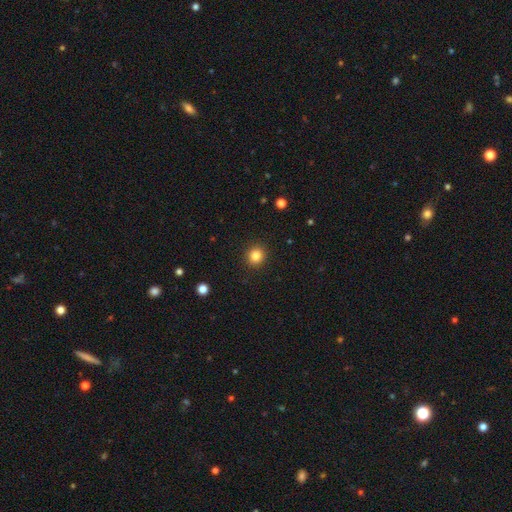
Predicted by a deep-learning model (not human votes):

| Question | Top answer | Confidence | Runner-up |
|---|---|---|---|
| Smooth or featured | smooth | 84% | star or artifact (11%) |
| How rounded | round | 88% | in between (11%) |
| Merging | none | 91% | minor disturbance (6%) |